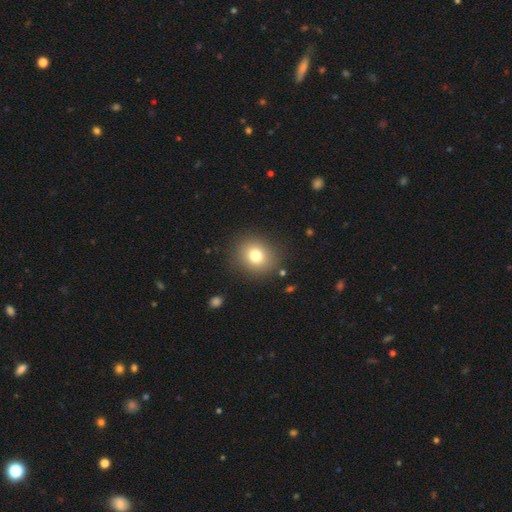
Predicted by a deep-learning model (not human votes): This is likely a smooth galaxy (77%). How rounded: likely round (77%). Merging: clearly none (88%).